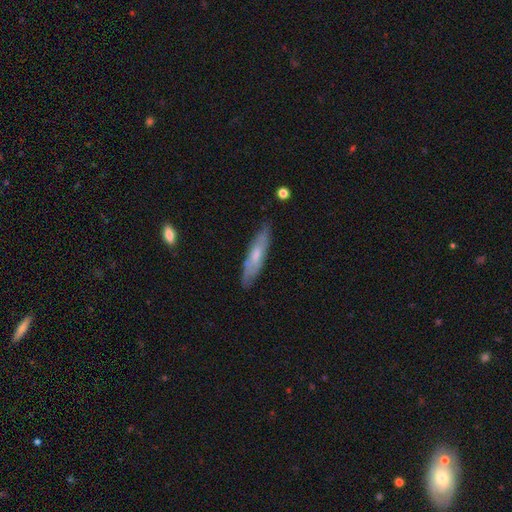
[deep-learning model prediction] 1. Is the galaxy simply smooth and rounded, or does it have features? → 49% smooth, 45% featured or disk, 6% star or artifact.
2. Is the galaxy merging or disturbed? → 78% none, 17% minor disturbance, 3% major disturbance, 2% merger.